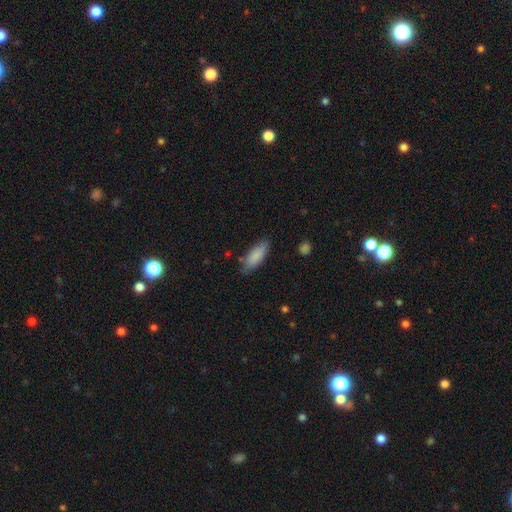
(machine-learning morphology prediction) The model was most divided on "how rounded": in between: 69%, cigar-shaped: 29%, round: 2%. More confident: smooth or featured — smooth (86%); merging — none (80%).